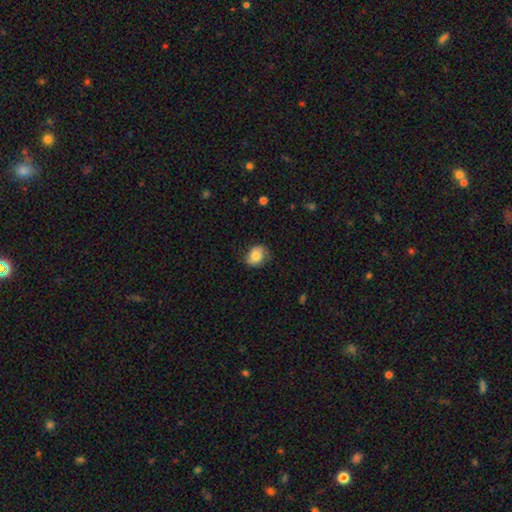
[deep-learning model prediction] A smooth galaxy with no disk features (72%) that is in between round and cigar-shaped (50%). Merging: none (72%).